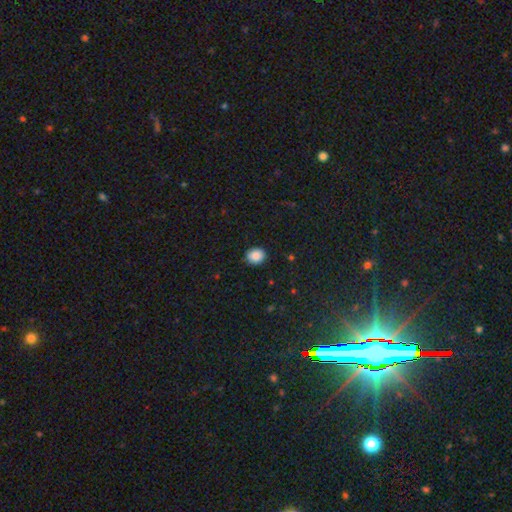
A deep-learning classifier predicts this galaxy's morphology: Q: Smooth or featured?
A: smooth (88%); runner-up: star or artifact (9%)
Q: How rounded?
A: round (67%); runner-up: in between (32%)
Q: Merging?
A: none (88%); runner-up: minor disturbance (9%)